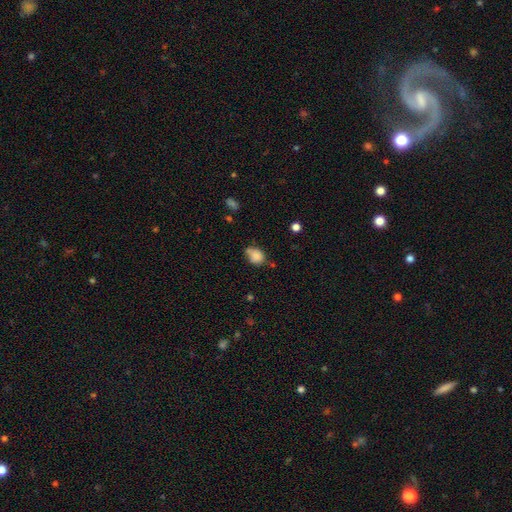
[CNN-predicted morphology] Smooth or featured? smooth (83%)
How rounded? in between (53%)
Merging? none (45%)